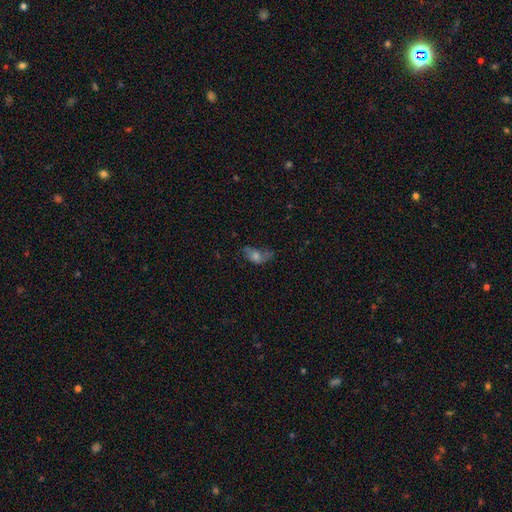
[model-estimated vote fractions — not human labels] Smooth or featured? smooth (56%)
How rounded? in between (82%)
Merging? major disturbance (34%)